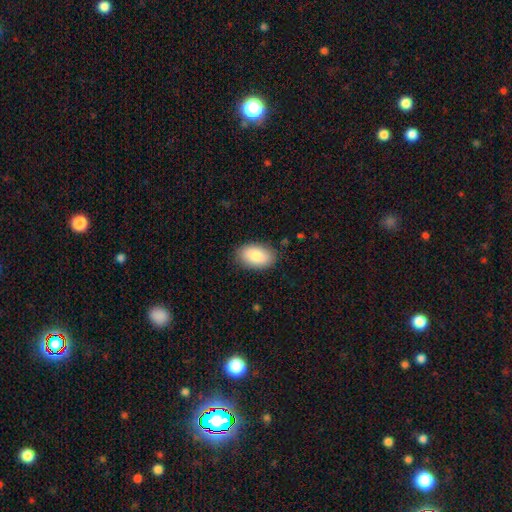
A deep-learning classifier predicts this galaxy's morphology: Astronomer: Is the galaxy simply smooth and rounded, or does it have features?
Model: smooth — 85%.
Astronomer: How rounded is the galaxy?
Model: in between — 94%.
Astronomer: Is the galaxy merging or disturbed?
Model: none — 86%.